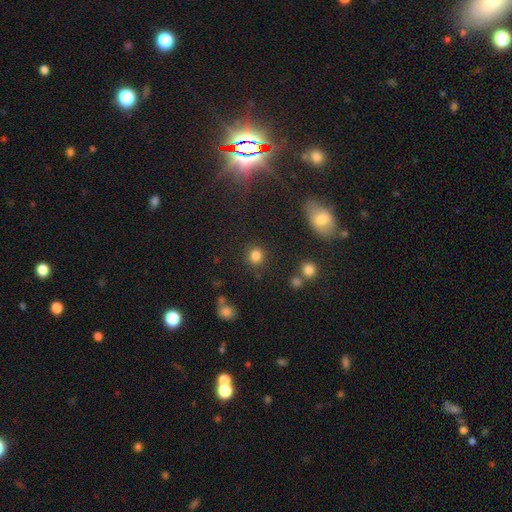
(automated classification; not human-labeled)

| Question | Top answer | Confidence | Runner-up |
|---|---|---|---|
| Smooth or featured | smooth | 83% | star or artifact (13%) |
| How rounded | round | 87% | in between (12%) |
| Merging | none | 84% | minor disturbance (8%) |